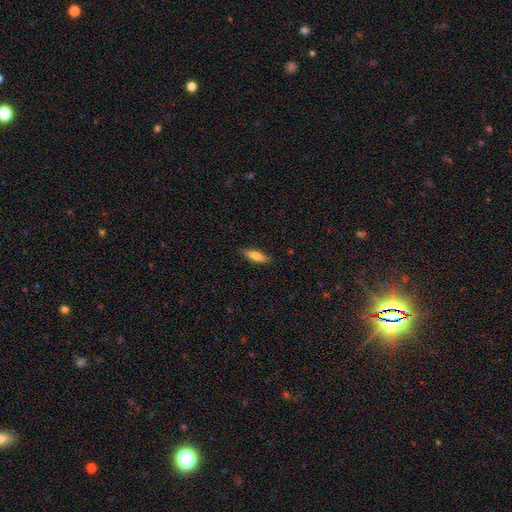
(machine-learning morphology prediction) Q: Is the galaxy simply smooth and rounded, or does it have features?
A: smooth — 71%.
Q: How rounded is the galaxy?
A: cigar-shaped — 54%.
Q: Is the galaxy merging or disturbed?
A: none — 89%.